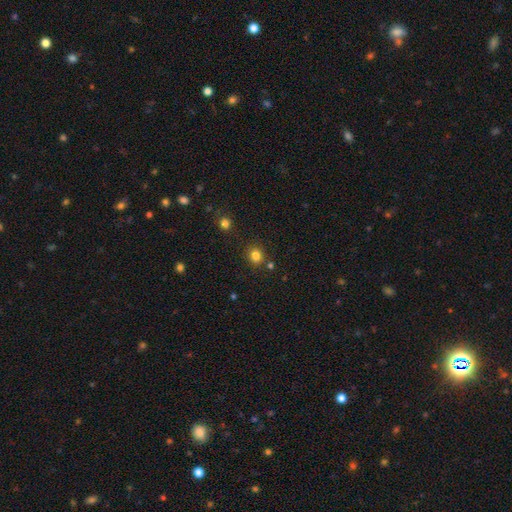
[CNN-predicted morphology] This appears to be a smooth galaxy with no disk features (82%) that is round (75%). Merging: none (82%).